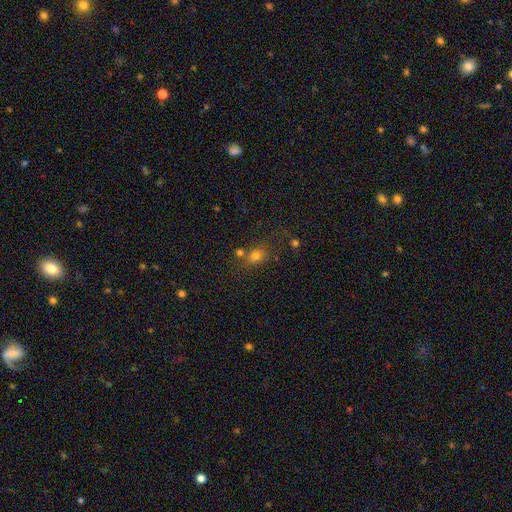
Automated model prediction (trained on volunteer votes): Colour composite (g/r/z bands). It shows a smooth galaxy with no disk features (72%) that is round (57%). Merging: none (62%).